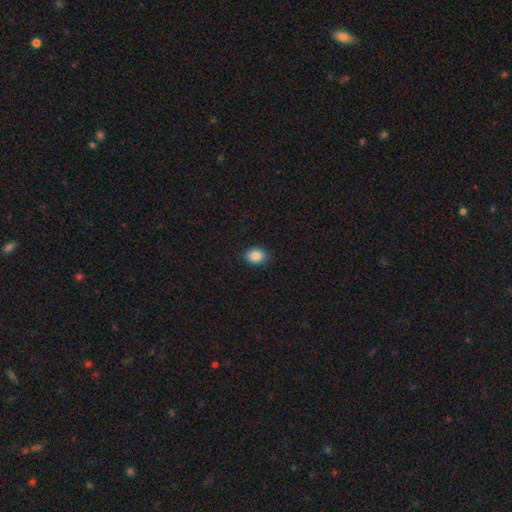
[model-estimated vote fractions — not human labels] Smooth or featured?
  - smooth: 87% *
  - star or artifact: 9%
  - featured or disk: 4%
How rounded?
  - round: 51% *
  - in between: 48%
  - cigar-shaped: 1%
Merging?
  - none: 89% *
  - minor disturbance: 8%
  - major disturbance: 2%
  - merger: 1%